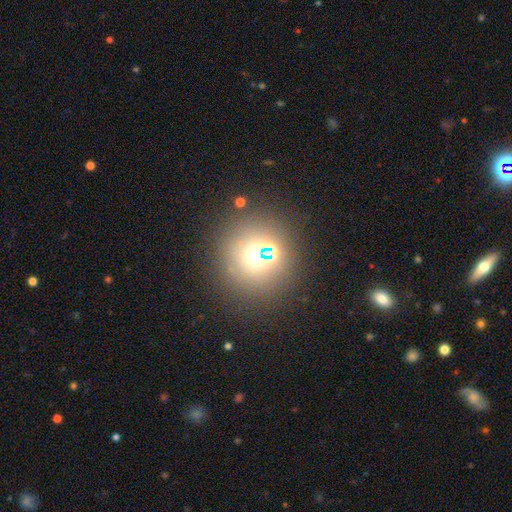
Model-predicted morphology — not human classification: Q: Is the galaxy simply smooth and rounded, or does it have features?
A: smooth — 52%.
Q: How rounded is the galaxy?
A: round — 92%.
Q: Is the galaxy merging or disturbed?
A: none — 81%.